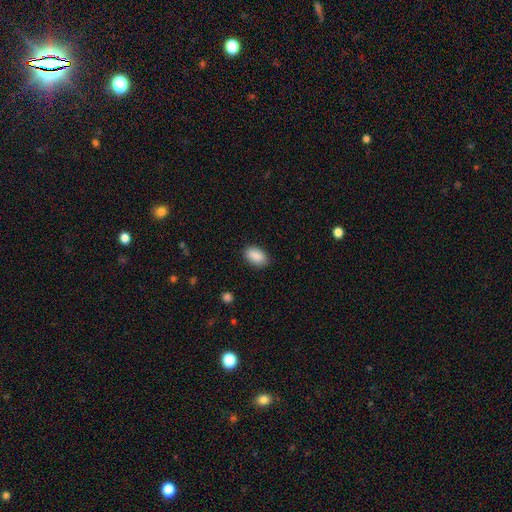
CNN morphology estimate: This appears to be a smooth galaxy with no disk features (90%) that is in between round and cigar-shaped (93%). Merging: none (87%).